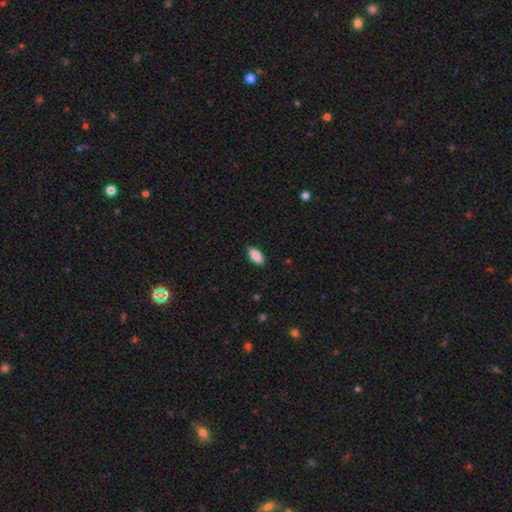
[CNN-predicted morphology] type=smooth (90%); roundness=in between (93%); merging=none (89%).